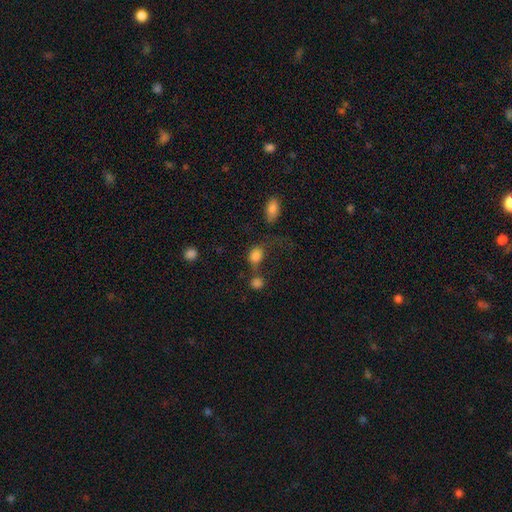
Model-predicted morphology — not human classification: This appears to be a smooth galaxy with no disk features (81%) that is in between round and cigar-shaped (51%). Merging: none (37%).